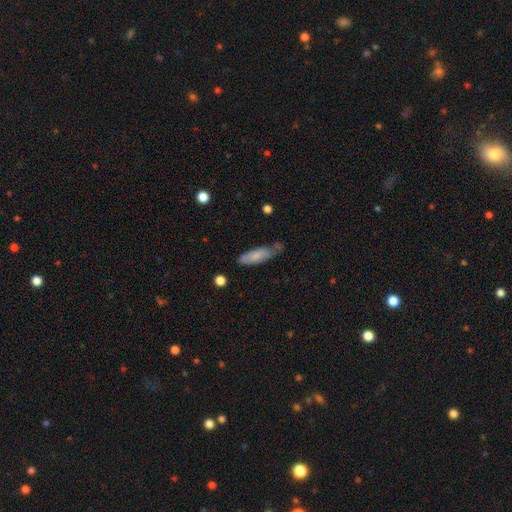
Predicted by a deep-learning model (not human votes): A smooth galaxy with no disk features (75%) that is cigar-shaped (52%). Merging: none (46%).